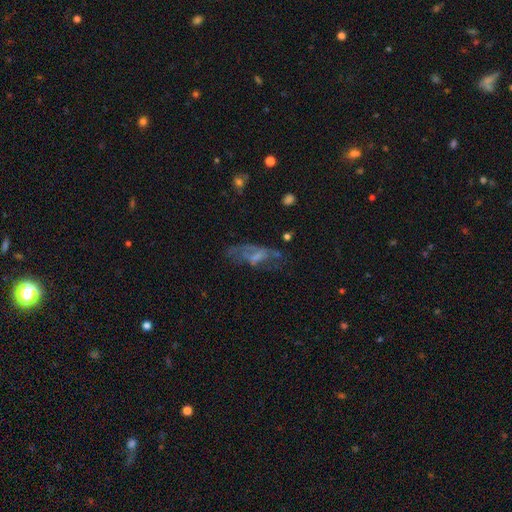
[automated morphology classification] Q: Smooth or featured?
A: featured or disk (52%); runner-up: smooth (36%)
Q: Edge-on disk?
A: no (86%); runner-up: yes (14%)
Q: Merging?
A: none (44%); runner-up: major disturbance (29%)